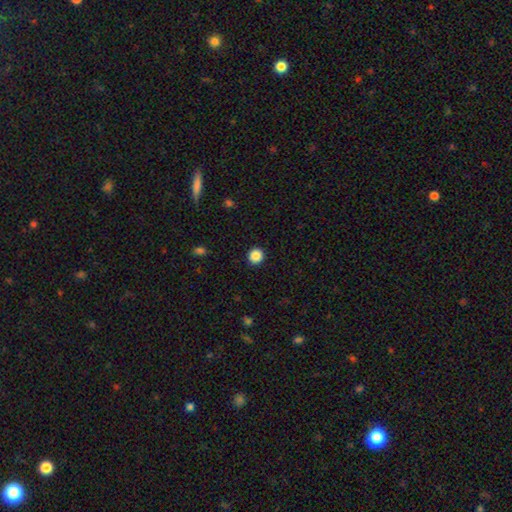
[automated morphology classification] smooth_or_featured: smooth (p=0.87) [alt: star or artifact p=0.09]
how_rounded: round (p=0.92) [alt: in between p=0.07]
merging: none (p=0.92) [alt: minor disturbance p=0.05]